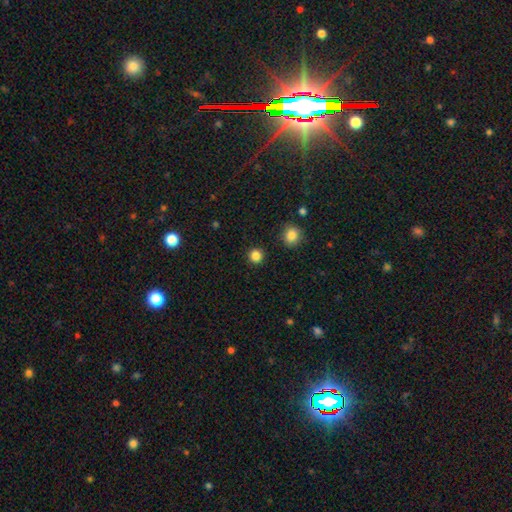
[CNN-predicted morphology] smooth-or-featured: smooth: 85% | star or artifact: 12% | featured or disk: 3%
  how-rounded: round: 94% | in between: 5% | cigar-shaped: 1%
  merging: none: 92% | minor disturbance: 5% | major disturbance: 2% | merger: 2%